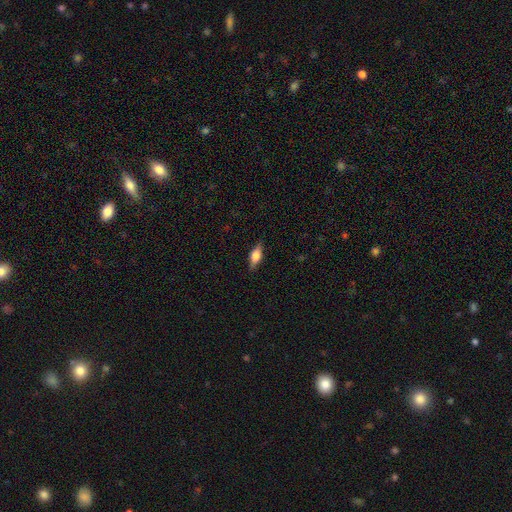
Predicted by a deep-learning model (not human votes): A smooth galaxy with no disk features (51%) that is in between round and cigar-shaped (68%). Merging: none (85%).